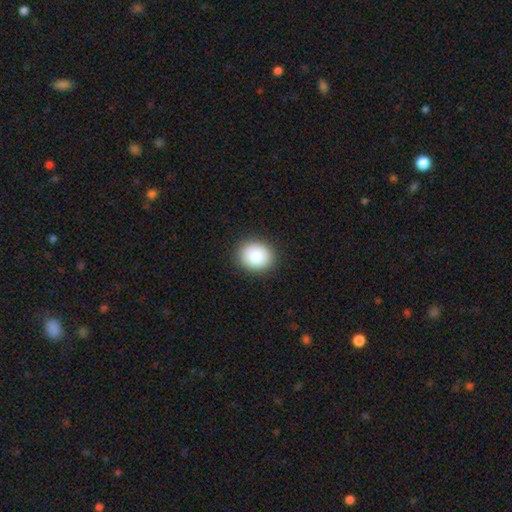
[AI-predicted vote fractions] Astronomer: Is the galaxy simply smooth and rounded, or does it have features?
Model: smooth — 84%.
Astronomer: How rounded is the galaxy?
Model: round — 67%.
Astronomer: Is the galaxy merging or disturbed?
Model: none — 90%.